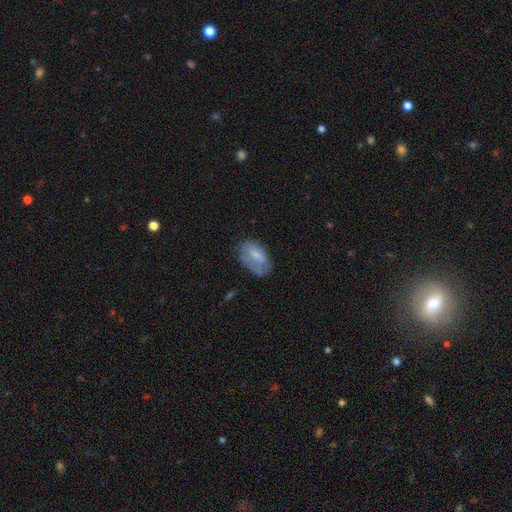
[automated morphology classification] Smooth or featured?
  - smooth: 64% *
  - featured or disk: 28%
  - star or artifact: 8%
How rounded?
  - in between: 90% *
  - round: 8%
  - cigar-shaped: 2%
Merging?
  - none: 50% *
  - minor disturbance: 31%
  - major disturbance: 17%
  - merger: 2%